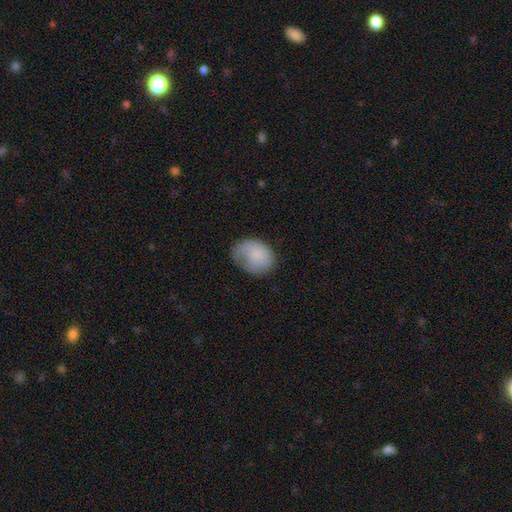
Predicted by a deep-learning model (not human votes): Smooth or featured?
  - smooth: 74% *
  - featured or disk: 19%
  - star or artifact: 7%
How rounded?
  - in between: 61% *
  - round: 38%
  - cigar-shaped: 1%
Merging?
  - none: 45% *
  - minor disturbance: 33%
  - major disturbance: 20%
  - merger: 2%